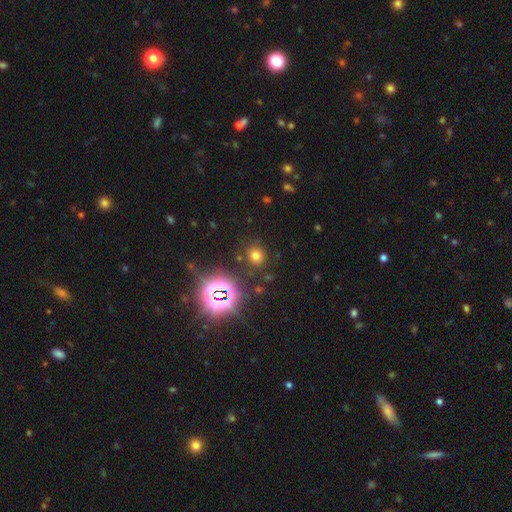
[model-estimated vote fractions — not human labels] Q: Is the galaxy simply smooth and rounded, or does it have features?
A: smooth — 65%.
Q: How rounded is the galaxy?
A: round — 83%.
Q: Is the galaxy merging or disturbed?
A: none — 84%.